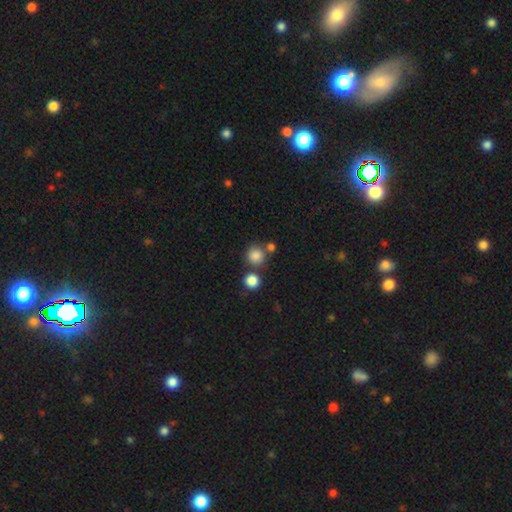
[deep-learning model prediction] Smooth or featured: smooth — 83% (star or artifact — 12%)
How rounded: round — 91% (in between — 8%)
Merging: none — 69% (merger — 18%)